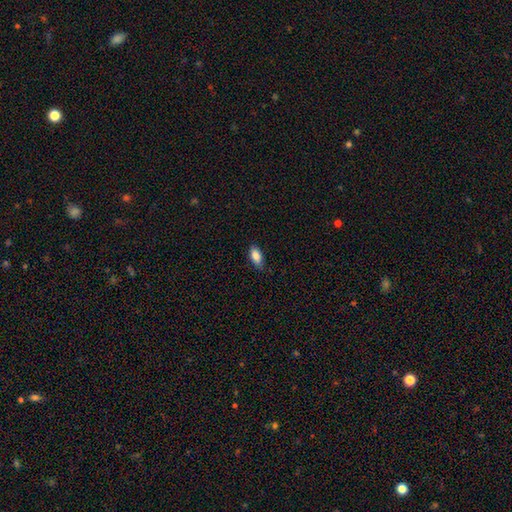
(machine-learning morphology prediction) smooth_or_featured: smooth (p=0.86) [alt: star or artifact p=0.07]
how_rounded: in between (p=0.87) [alt: cigar-shaped p=0.10]
merging: none (p=0.79) [alt: minor disturbance p=0.17]